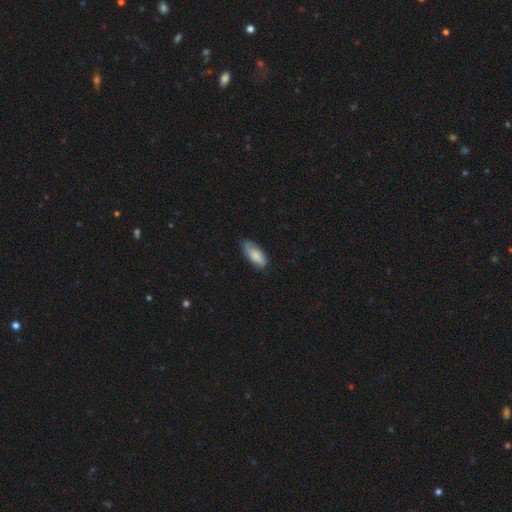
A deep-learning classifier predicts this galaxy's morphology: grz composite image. It shows a smooth galaxy with no disk features (76%) that is in between round and cigar-shaped (84%). Merging: none (69%).